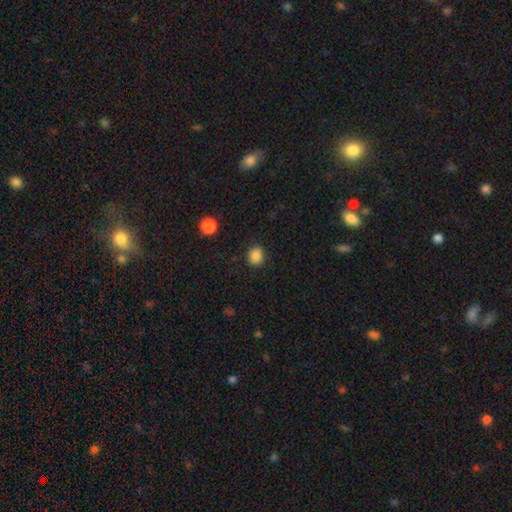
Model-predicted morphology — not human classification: smooth 87%, star or artifact 10%, featured or disk 3%. Down the decision tree: how rounded — round (55%); merging — none (88%).